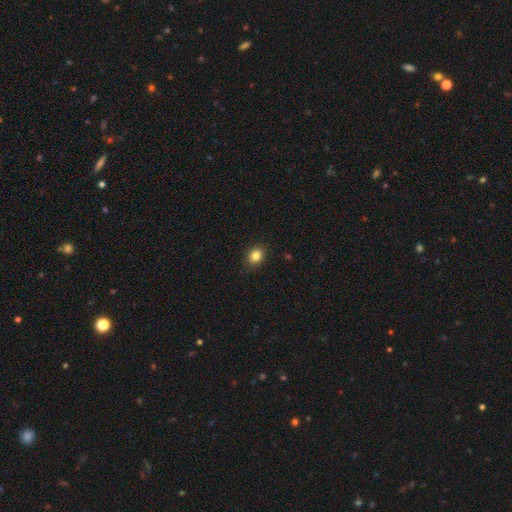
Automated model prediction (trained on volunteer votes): A smooth galaxy with no disk features (84%) that is round (57%).

Vote fractions:
- Smooth or featured? smooth: 84% / star or artifact: 11% / featured or disk: 5%
- How rounded? round: 57% / in between: 42% / cigar-shaped: 1%
- Merging? none: 87% / minor disturbance: 10% / major disturbance: 2% / merger: 1%